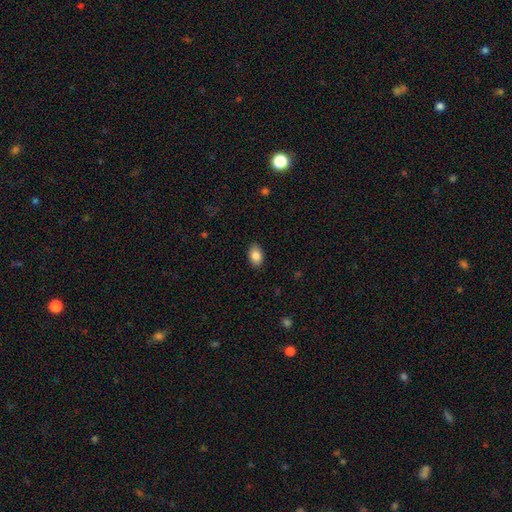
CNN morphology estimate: smooth 87%, star or artifact 8%, featured or disk 5%. Down the decision tree: how rounded — in between (87%); merging — none (88%).